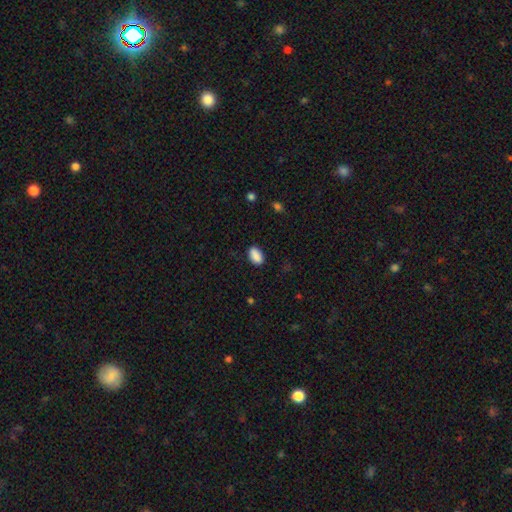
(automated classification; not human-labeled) Overall: smooth (89%). How rounded: in between (92%). Merging: none (85%).